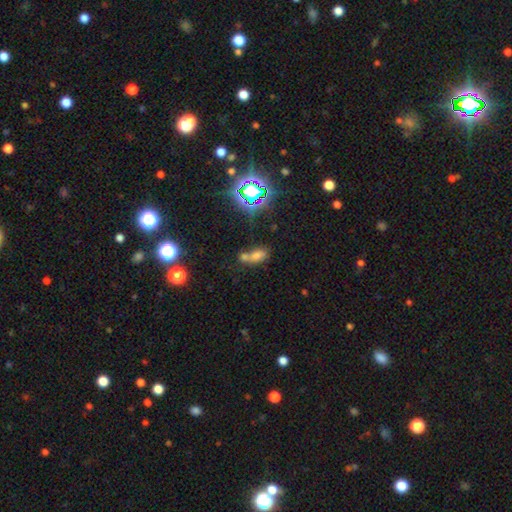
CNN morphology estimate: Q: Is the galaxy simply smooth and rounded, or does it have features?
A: smooth — 51%.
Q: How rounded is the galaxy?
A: in between — 70%.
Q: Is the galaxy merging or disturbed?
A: merger — 43%.